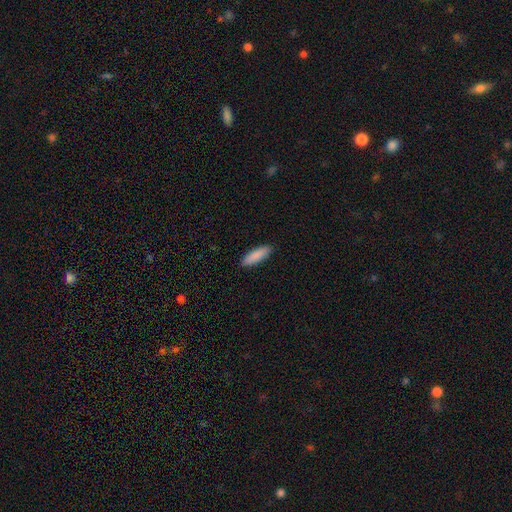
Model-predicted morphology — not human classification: Smooth or featured?
  - smooth: 89% *
  - star or artifact: 6%
  - featured or disk: 5%
How rounded?
  - cigar-shaped: 55% *
  - in between: 43%
  - round: 1%
Merging?
  - none: 90% *
  - minor disturbance: 7%
  - major disturbance: 2%
  - merger: 1%